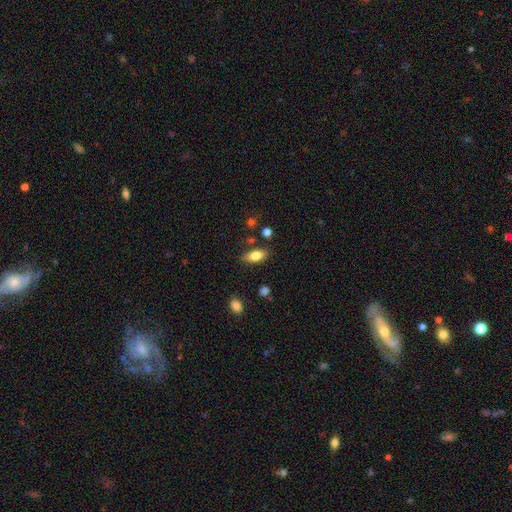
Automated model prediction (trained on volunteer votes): Smooth or featured? Predicted: smooth (p=0.78). How rounded? Predicted: in between (p=0.86). Merging? Predicted: none (p=0.79).